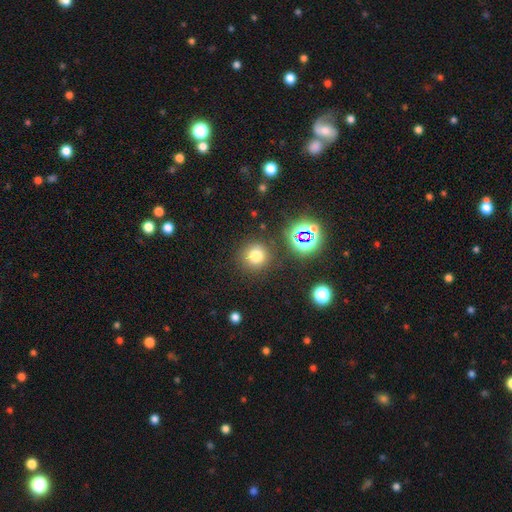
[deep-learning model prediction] The model was most divided on "smooth or featured": smooth: 72%, star or artifact: 20%, featured or disk: 8%. More confident: how rounded — round (91%); merging — none (84%).